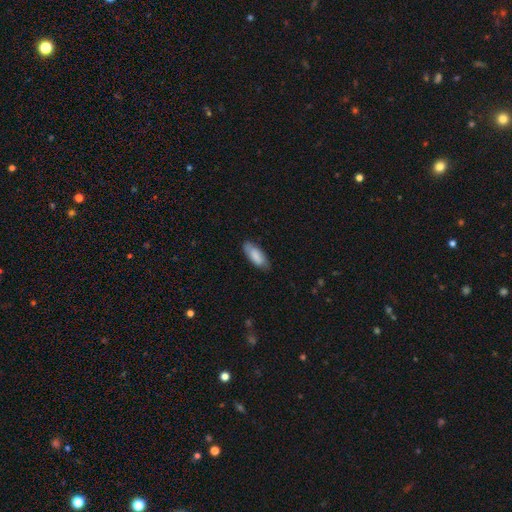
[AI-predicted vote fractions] This appears to be a smooth galaxy with no disk features (81%) that is in between round and cigar-shaped (77%). Merging: none (79%).